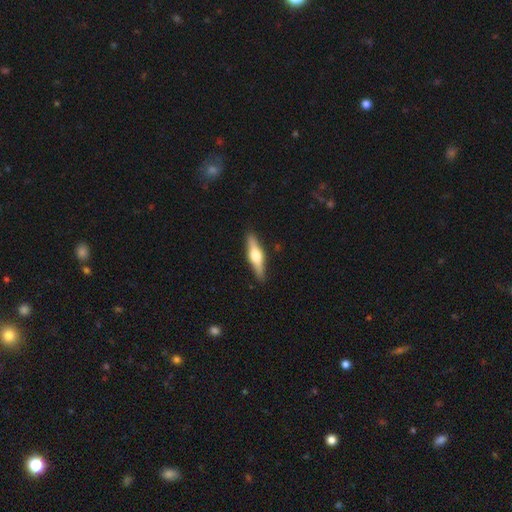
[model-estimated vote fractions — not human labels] This appears to be a featured or disk galaxy (57%) viewed edge-on (95%) with a rounded central bulge (95%). Merging: none (90%).